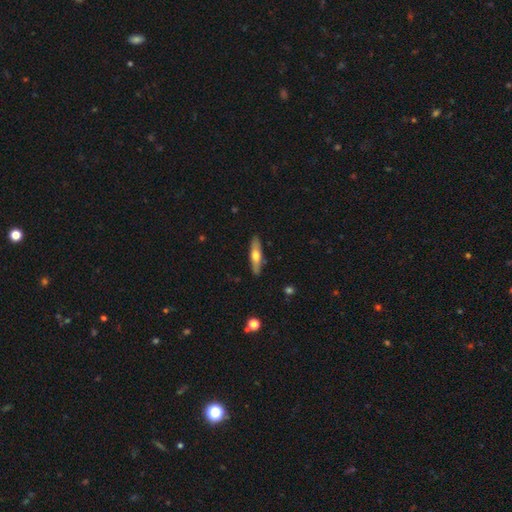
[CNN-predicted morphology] Smooth or featured: smooth — 50% (featured or disk — 44%)
How rounded: cigar-shaped — 75% (in between — 23%)
Merging: none — 88% (minor disturbance — 9%)